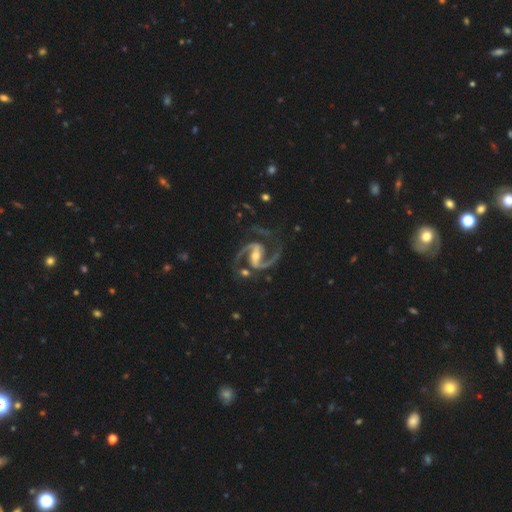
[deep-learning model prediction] A featured or disk galaxy (94%) with a strong bar (58%), 2 (94%) medium (69%) spiral arms (99%) and a moderate central bulge (51%).

Vote fractions:
- Smooth or featured? featured or disk: 94% / star or artifact: 4% / smooth: 2%
- Edge-on disk? no: 98% / yes: 2%
- Bar? strong: 58% / weak: 30% / no: 12%
- Spiral arms? yes: 99% / no: 1%
- Spiral winding? medium: 69% / loose: 17% / tight: 14%
- Spiral arm count? 2: 94% / 3: 2% / can't tell: 1% / 1: 1% / 4: 1% / more than 4: 1%
- Bulge size? moderate: 51% / small: 43% / large: 3% / none: 2% / dominant: 1%
- Merging? none: 74% / minor disturbance: 14% / major disturbance: 8% / merger: 4%